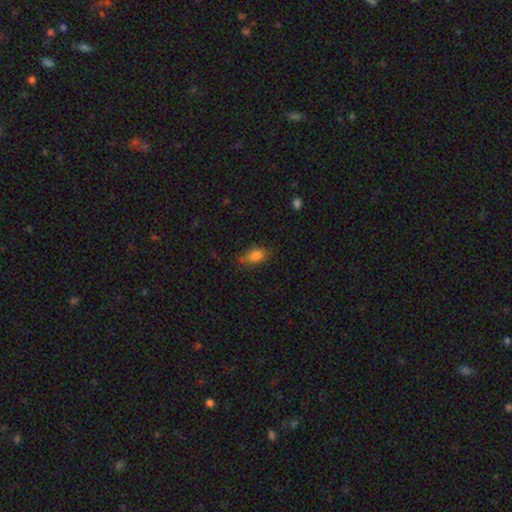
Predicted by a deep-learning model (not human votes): Smooth or featured? Predicted: smooth (p=0.79). How rounded? Predicted: in between (p=0.82). Merging? Predicted: none (p=0.65).